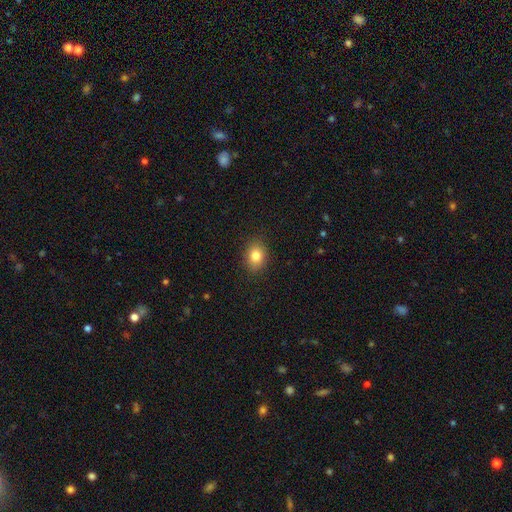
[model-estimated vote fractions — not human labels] Morphology: type=smooth (82%); roundness=in between (58%); merging=none (89%).